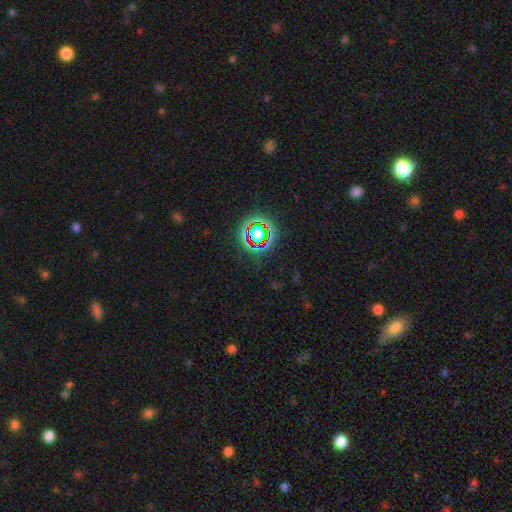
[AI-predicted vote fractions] Overall: star or artifact (74%).